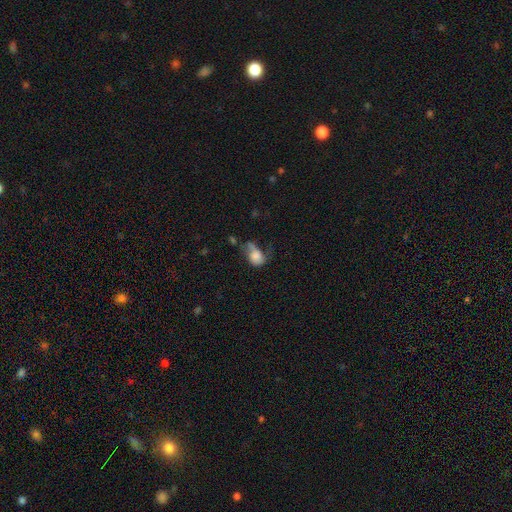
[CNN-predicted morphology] This appears to be a smooth galaxy with no disk features (68%) that is in between round and cigar-shaped (69%). Merging: major disturbance (41%).